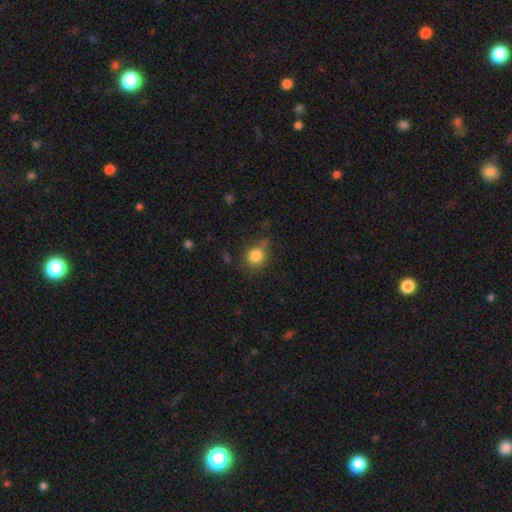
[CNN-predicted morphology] Smooth or featured? Predicted: smooth (p=0.83). How rounded? Predicted: round (p=0.76). Merging? Predicted: none (p=0.62).